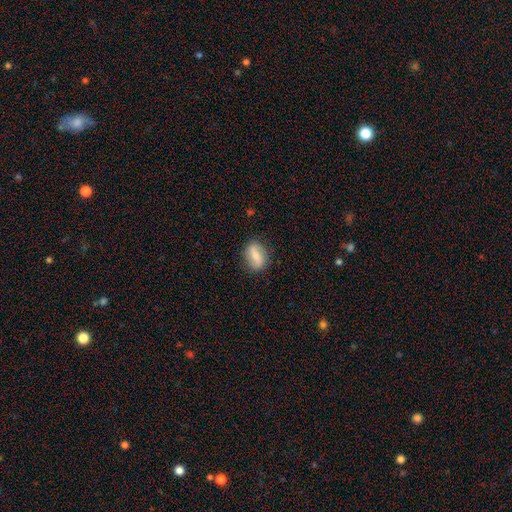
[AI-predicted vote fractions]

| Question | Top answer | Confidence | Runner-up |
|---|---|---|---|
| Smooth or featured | smooth | 56% | featured or disk (37%) |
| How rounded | in between | 74% | round (20%) |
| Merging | none | 84% | minor disturbance (12%) |